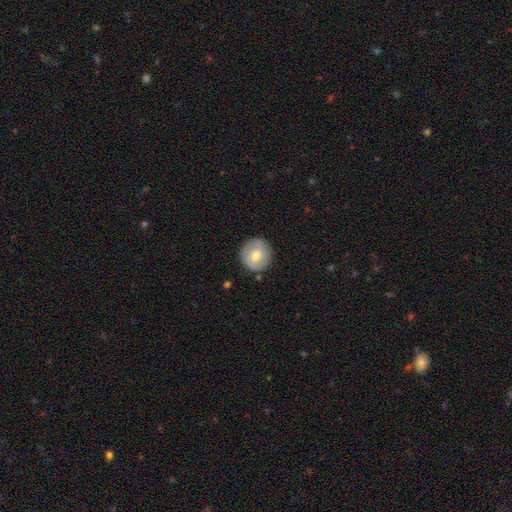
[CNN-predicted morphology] Q: Smooth or featured?
A: smooth (62%); runner-up: featured or disk (31%)
Q: How rounded?
A: round (93%); runner-up: in between (6%)
Q: Merging?
A: none (83%); runner-up: minor disturbance (12%)